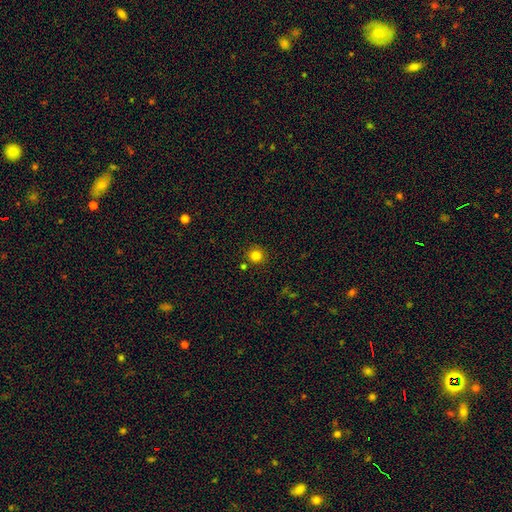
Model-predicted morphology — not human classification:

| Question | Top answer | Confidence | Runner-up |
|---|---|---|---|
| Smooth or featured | smooth | 82% | star or artifact (13%) |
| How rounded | round | 93% | in between (6%) |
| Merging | none | 85% | minor disturbance (8%) |